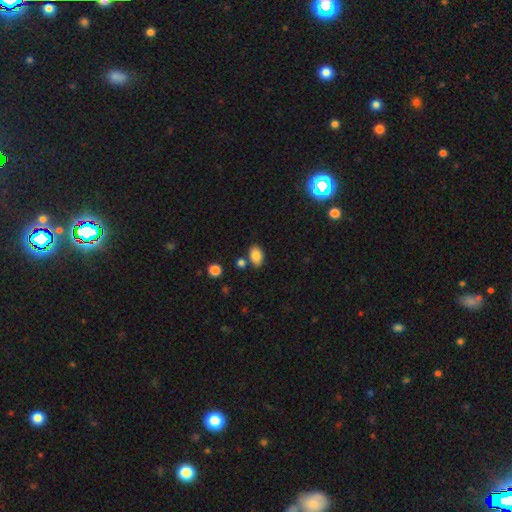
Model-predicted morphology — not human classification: The model was most divided on "merging": none: 75%, minor disturbance: 12%, merger: 9%, major disturbance: 3%. More confident: how rounded — in between (86%); smooth or featured — smooth (85%).